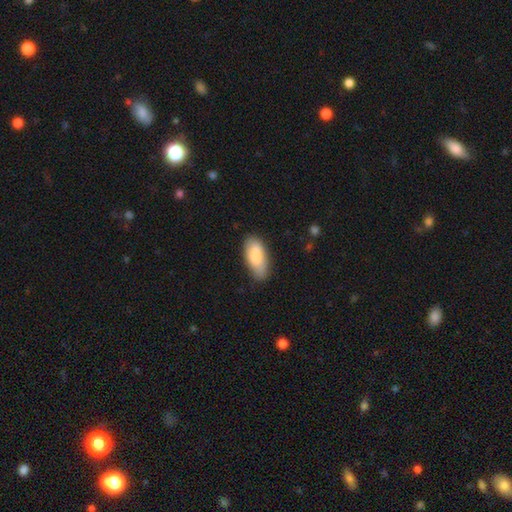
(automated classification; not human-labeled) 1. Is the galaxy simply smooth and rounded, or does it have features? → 84% smooth, 11% featured or disk, 6% star or artifact.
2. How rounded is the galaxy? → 88% in between, 10% cigar-shaped, 2% round.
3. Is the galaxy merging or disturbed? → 74% none, 21% minor disturbance, 4% major disturbance, 1% merger.